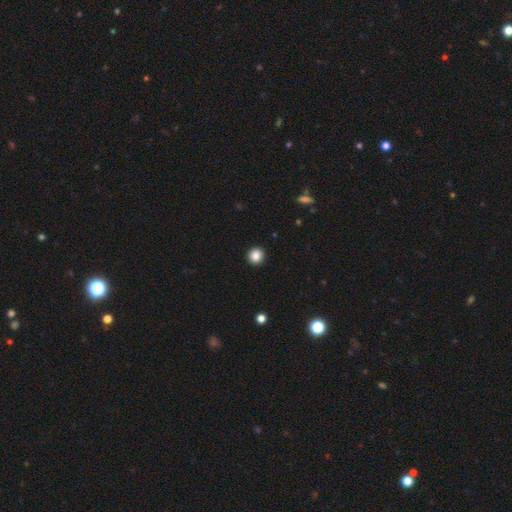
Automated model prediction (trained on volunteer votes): Smooth or featured? Predicted: smooth (p=0.87). How rounded? Predicted: round (p=0.93). Merging? Predicted: none (p=0.93).